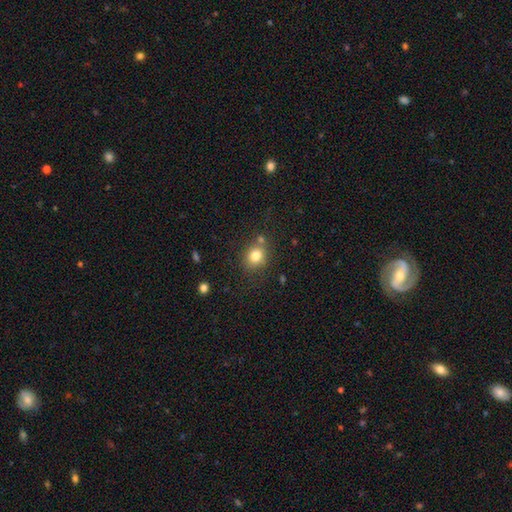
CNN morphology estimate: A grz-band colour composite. It shows a smooth galaxy with no disk features (80%) that is round (69%). Merging: none (71%).